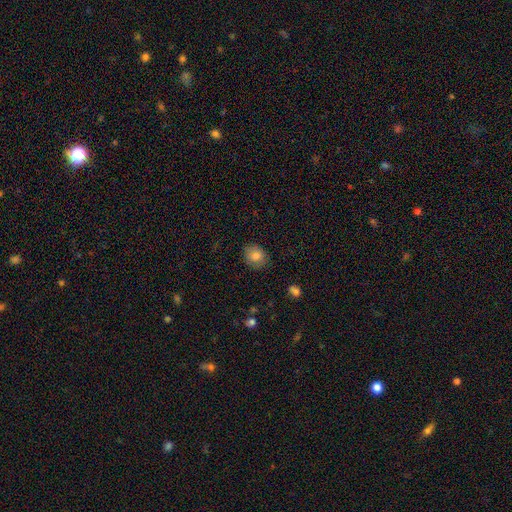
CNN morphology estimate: The model was most divided on "how rounded": round: 69%, in between: 30%, cigar-shaped: 1%. More confident: merging — none (84%); smooth or featured — smooth (80%).